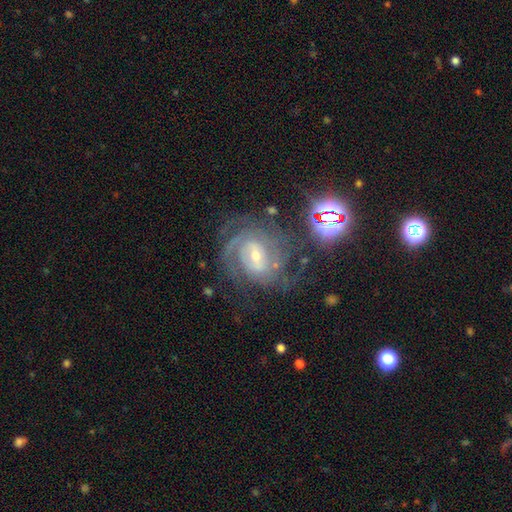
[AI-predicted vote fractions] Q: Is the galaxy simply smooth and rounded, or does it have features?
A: featured or disk — 84%.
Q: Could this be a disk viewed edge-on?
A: no — 97%.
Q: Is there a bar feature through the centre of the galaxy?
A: weak — 49%.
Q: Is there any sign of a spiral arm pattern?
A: yes — 96%.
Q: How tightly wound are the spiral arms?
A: tight — 56%.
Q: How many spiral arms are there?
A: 2 — 32%.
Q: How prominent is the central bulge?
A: small — 59%.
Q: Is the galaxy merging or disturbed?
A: none — 64%.